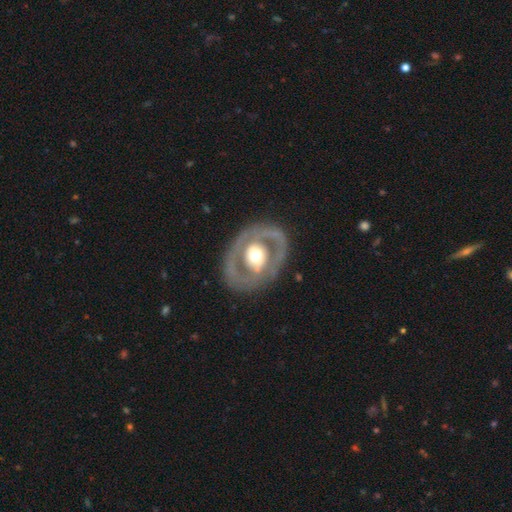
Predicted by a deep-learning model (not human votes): featured or disk 73%, smooth 22%, star or artifact 5%. Down the decision tree: edge-on disk — no (95%); bar — no (64%); spiral arms — no (63%); bulge size — moderate (64%); merging — none (78%).